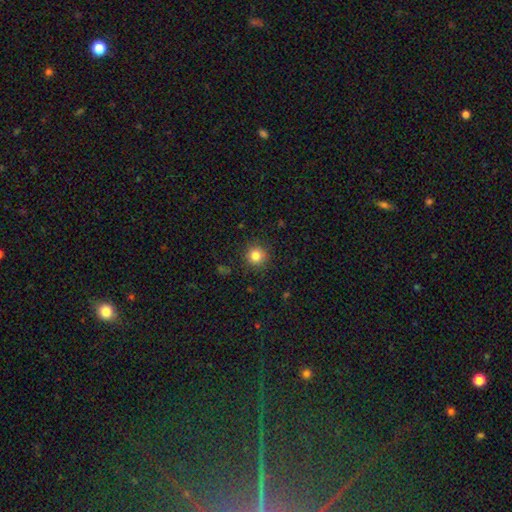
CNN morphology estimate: Smooth or featured? smooth (83%)
How rounded? round (95%)
Merging? none (90%)